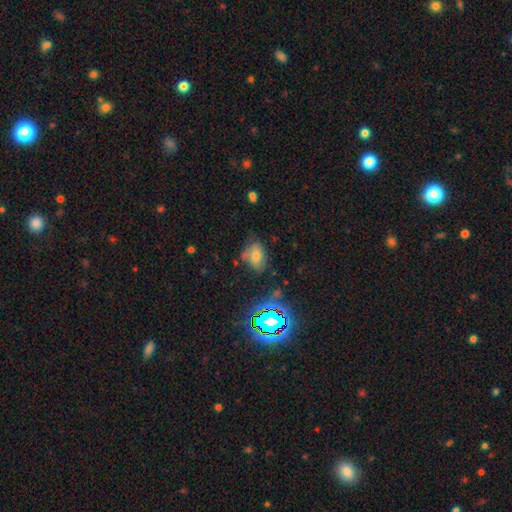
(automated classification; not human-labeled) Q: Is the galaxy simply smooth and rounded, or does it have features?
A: smooth — 56%.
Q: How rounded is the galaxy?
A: in between — 80%.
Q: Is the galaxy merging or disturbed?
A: none — 56%.